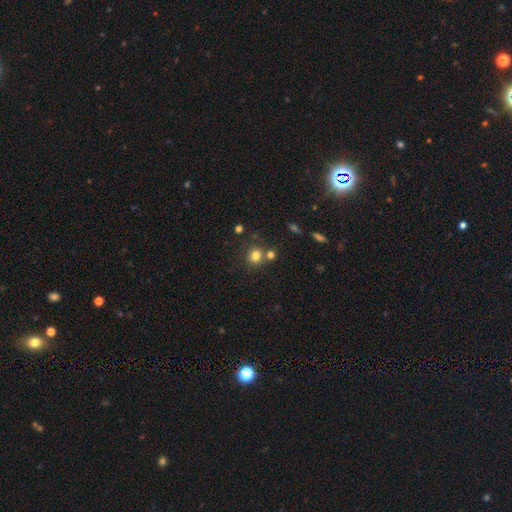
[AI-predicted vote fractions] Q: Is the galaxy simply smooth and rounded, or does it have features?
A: smooth — 78%.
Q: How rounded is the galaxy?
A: round — 86%.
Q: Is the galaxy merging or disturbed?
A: none — 66%.